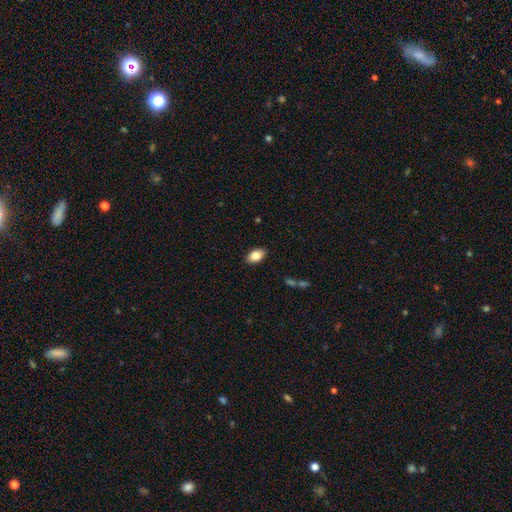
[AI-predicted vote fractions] Smooth or featured? Predicted: smooth (p=0.84). How rounded? Predicted: in between (p=0.91). Merging? Predicted: none (p=0.88).